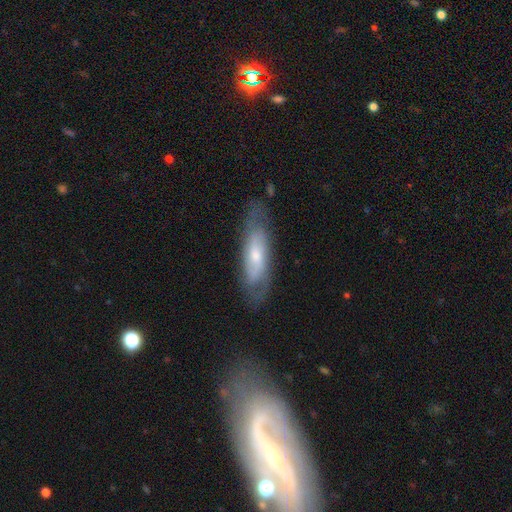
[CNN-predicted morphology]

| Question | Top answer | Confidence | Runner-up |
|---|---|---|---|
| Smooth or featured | featured or disk | 59% | smooth (35%) |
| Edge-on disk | no | 72% | yes (28%) |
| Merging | none | 71% | minor disturbance (20%) |